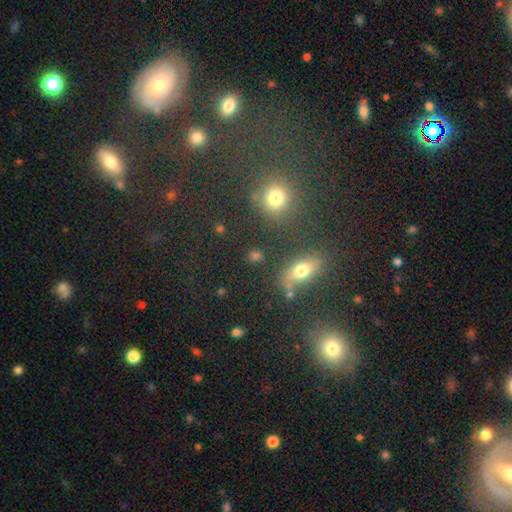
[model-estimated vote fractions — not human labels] Q: Smooth or featured?
A: smooth (58%); runner-up: star or artifact (26%)
Q: How rounded?
A: in between (52%); runner-up: round (37%)
Q: Merging?
A: none (71%); runner-up: minor disturbance (12%)